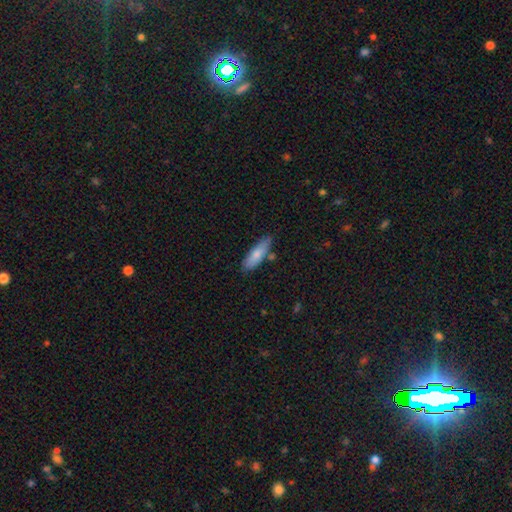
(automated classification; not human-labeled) A smooth galaxy with no disk features (77%) that is cigar-shaped (55%).

Vote fractions:
- Smooth or featured? smooth: 77% / featured or disk: 17% / star or artifact: 6%
- How rounded? cigar-shaped: 55% / in between: 43% / round: 2%
- Merging? none: 75% / minor disturbance: 17% / merger: 5% / major disturbance: 3%